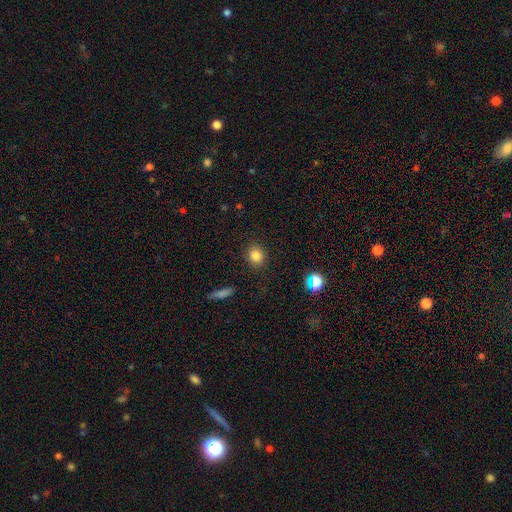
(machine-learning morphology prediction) The model was most divided on "how rounded": round: 75%, in between: 24%, cigar-shaped: 1%. More confident: merging — none (89%); smooth or featured — smooth (82%).